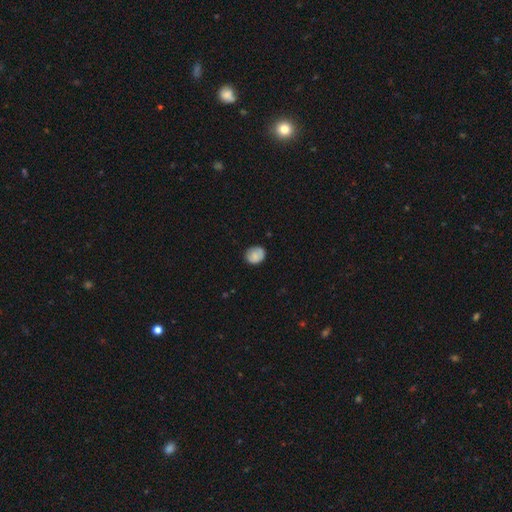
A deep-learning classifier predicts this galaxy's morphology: type=smooth (80%); roundness=round (66%); merging=none (77%).